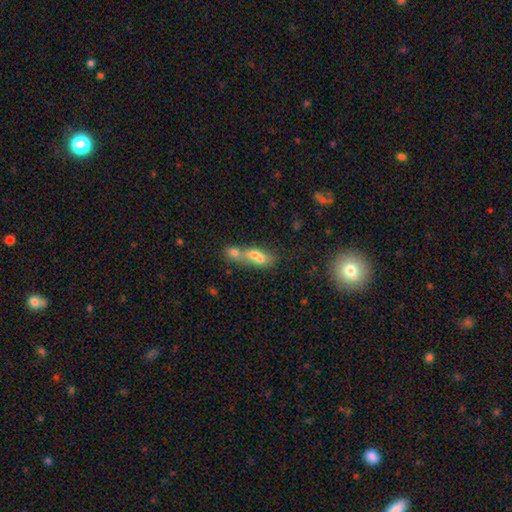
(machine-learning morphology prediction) This is likely a smooth galaxy (61%). How rounded: possibly in between (58%). Merging: likely merger (70%).